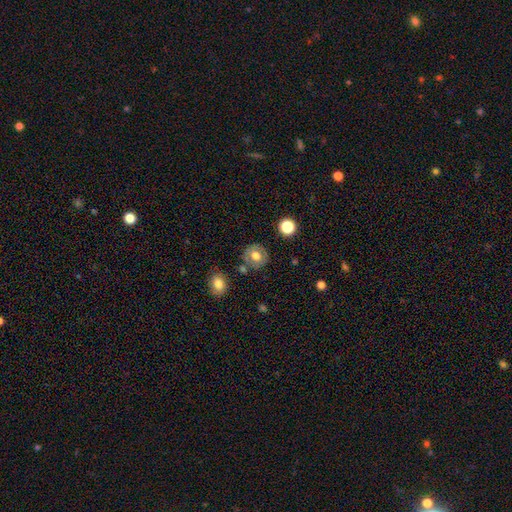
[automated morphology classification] Smooth or featured: smooth — 64% (featured or disk — 27%)
How rounded: round — 85% (in between — 14%)
Merging: none — 77% (minor disturbance — 13%)